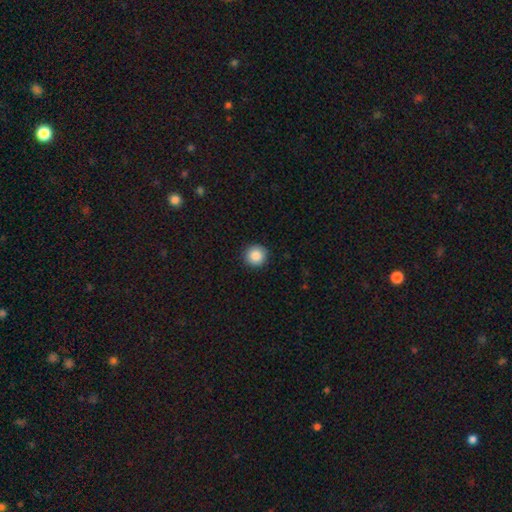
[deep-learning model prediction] smooth 88%, star or artifact 9%, featured or disk 4%. Down the decision tree: how rounded — round (96%); merging — none (92%).